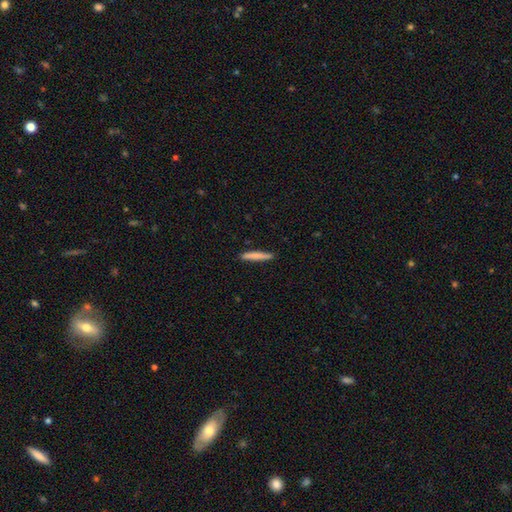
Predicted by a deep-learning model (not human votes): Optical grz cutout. It shows a smooth galaxy with no disk features (79%) that is cigar-shaped (95%). Merging: none (90%).